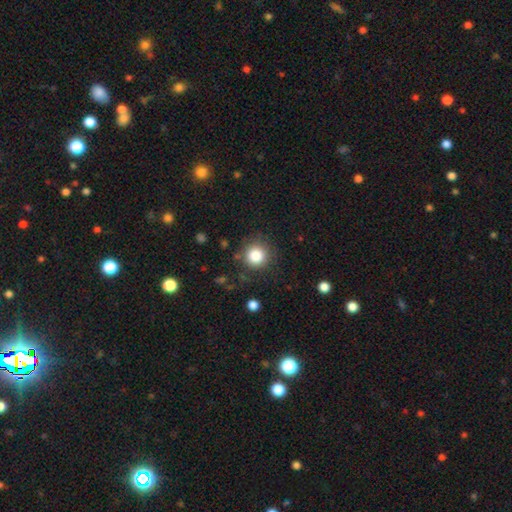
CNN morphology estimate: A smooth galaxy with no disk features (84%) that is round (93%). Merging: none (83%).